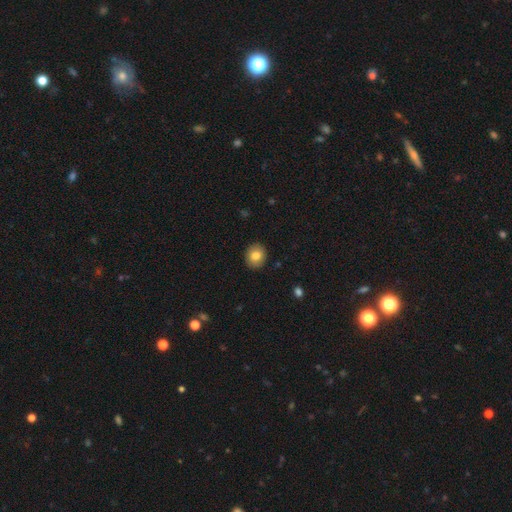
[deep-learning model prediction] smooth 81%, featured or disk 11%, star or artifact 9%. Down the decision tree: how rounded — round (76%); merging — none (91%).